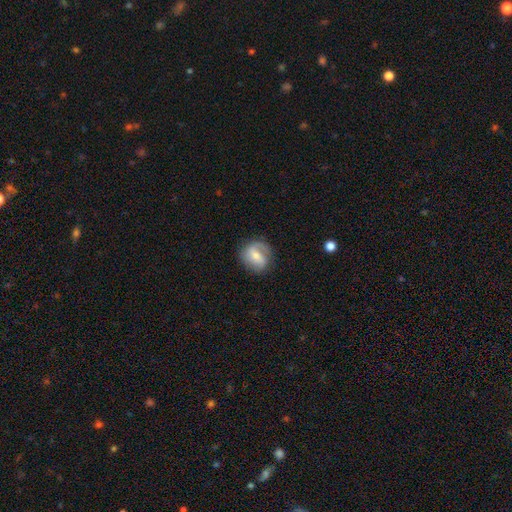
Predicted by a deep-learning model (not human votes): Morphology: type=featured or disk (57%); edge-on=no (97%); bar=weak (45%); spiral arms=yes (84%); bulge=moderate (46%, tied with small); merging=none (73%).